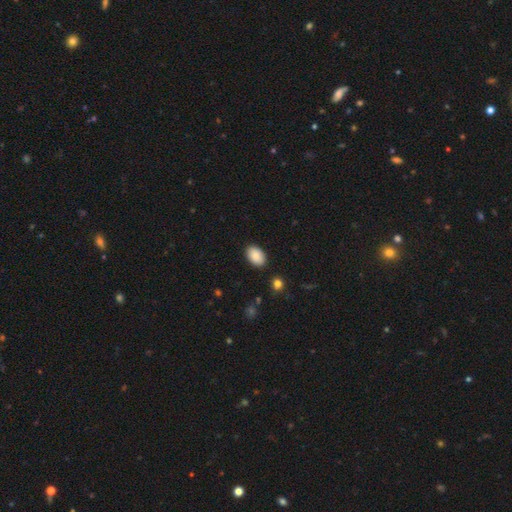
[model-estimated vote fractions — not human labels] smooth 88%, star or artifact 7%, featured or disk 5%. Down the decision tree: how rounded — in between (90%); merging — none (88%).